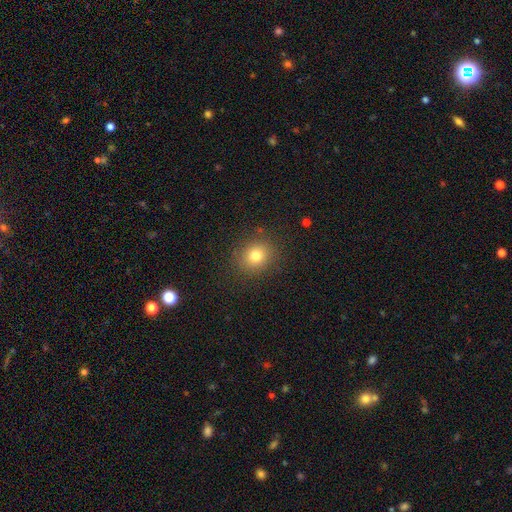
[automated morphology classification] Smooth or featured? smooth (78%)
How rounded? round (74%)
Merging? none (86%)